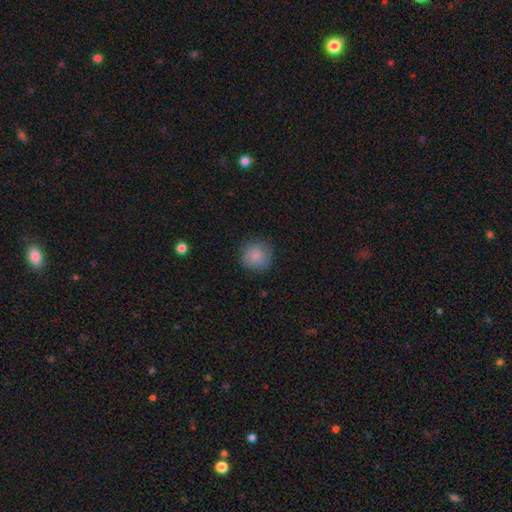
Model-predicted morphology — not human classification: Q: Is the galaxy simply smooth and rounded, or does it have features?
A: smooth — 85%.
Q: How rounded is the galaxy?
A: round — 92%.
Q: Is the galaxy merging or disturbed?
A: none — 83%.